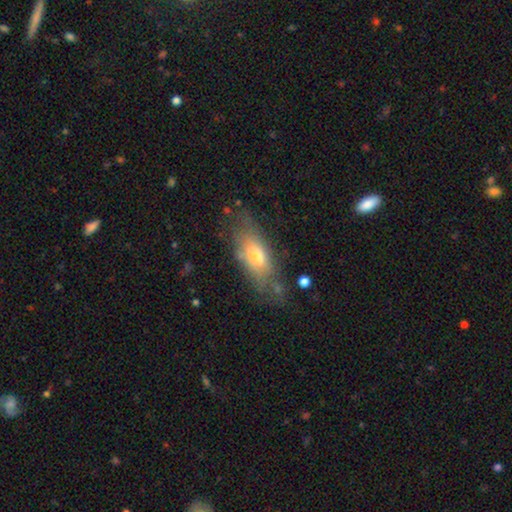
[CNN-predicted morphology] smooth_or_featured: smooth (p=0.59) [alt: featured or disk p=0.33]
how_rounded: in between (p=0.73) [alt: cigar-shaped p=0.24]
merging: none (p=0.61) [alt: minor disturbance p=0.25]